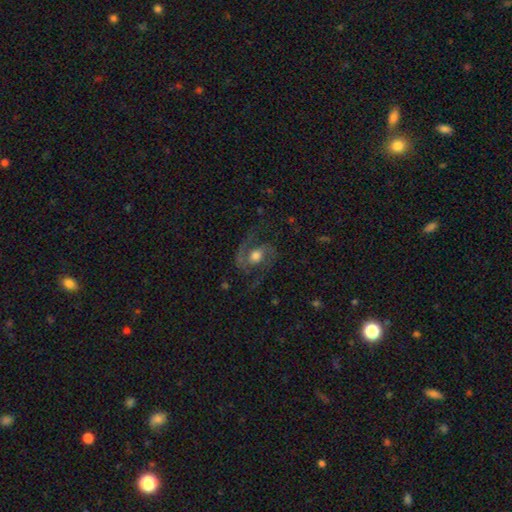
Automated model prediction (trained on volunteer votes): Overall: featured or disk (84%). Edge-on disk: no (97%). Bar: no (58%; weak 33%). Spiral arms: yes (95%). Spiral arm count: 2 (91%). Spiral winding: medium (55%; loose 32%). Bulge size: moderate (62%; large 25%). Merging: none (68%).